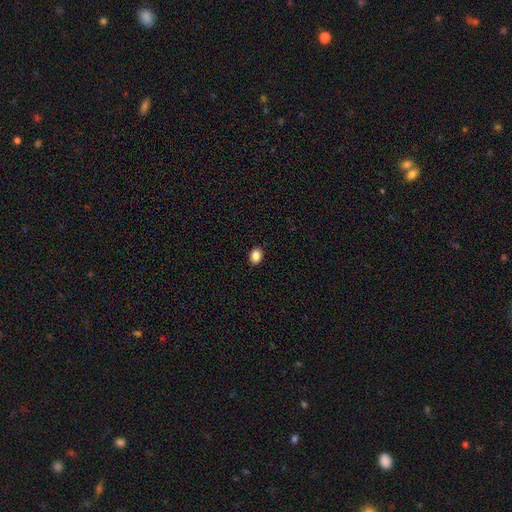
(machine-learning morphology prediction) Smooth or featured?
  - smooth: 87% *
  - star or artifact: 9%
  - featured or disk: 4%
How rounded?
  - in between: 68% *
  - round: 31%
  - cigar-shaped: 1%
Merging?
  - none: 90% *
  - minor disturbance: 7%
  - major disturbance: 2%
  - merger: 1%